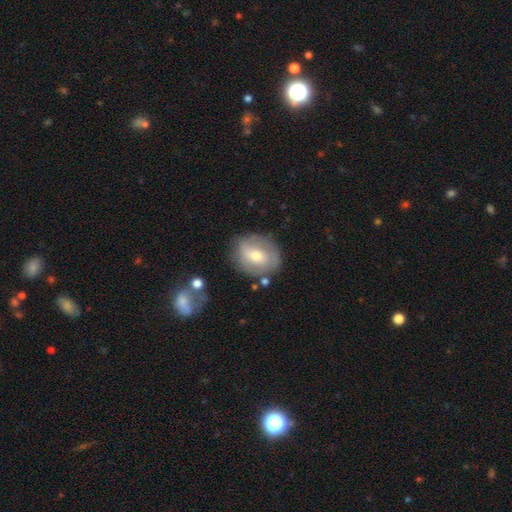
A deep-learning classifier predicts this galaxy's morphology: Overall: featured or disk (47%; smooth 45%). Merging: none (73%).